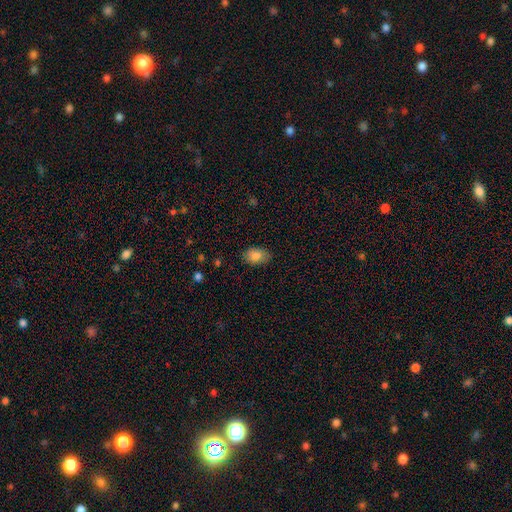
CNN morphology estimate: Overall: smooth (84%). How rounded: in between (87%). Merging: none (83%).